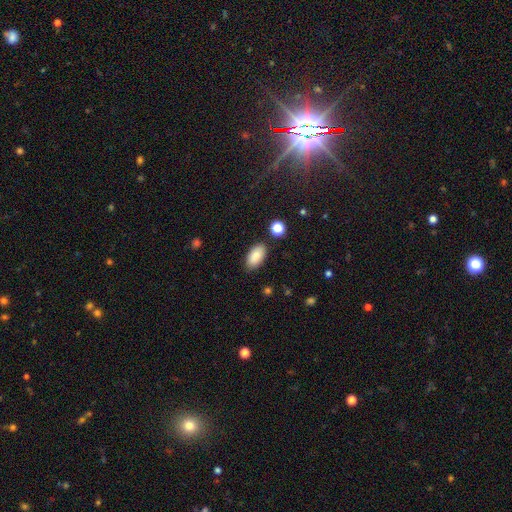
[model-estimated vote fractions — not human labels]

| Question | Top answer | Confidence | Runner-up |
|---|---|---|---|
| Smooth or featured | smooth | 85% | featured or disk (7%) |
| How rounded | in between | 94% | round (3%) |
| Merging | none | 85% | minor disturbance (10%) |